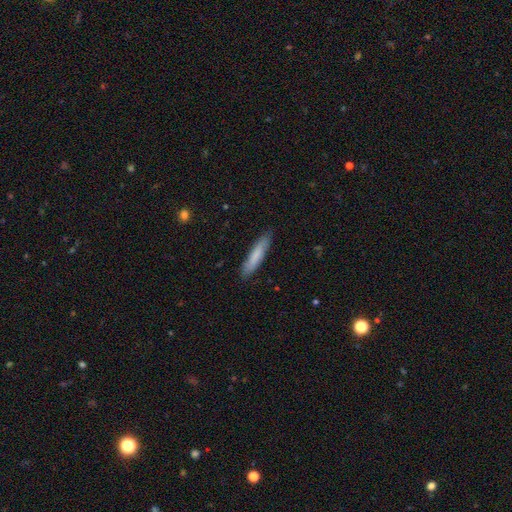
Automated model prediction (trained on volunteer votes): This is likely a smooth galaxy (78%). How rounded: clearly cigar-shaped (87%). Merging: clearly none (87%).